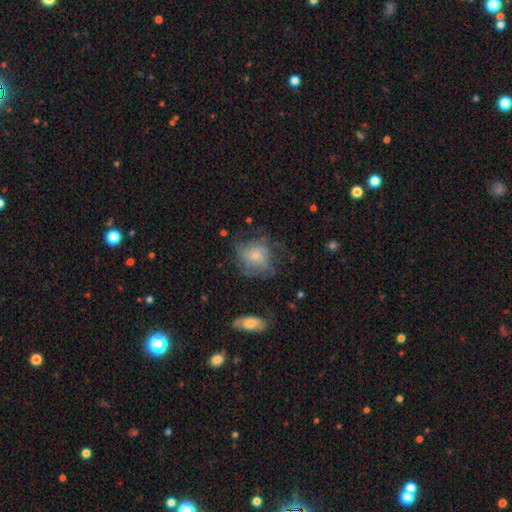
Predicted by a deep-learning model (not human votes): This appears to be a featured or disk galaxy (46%). Merging: none (54%).